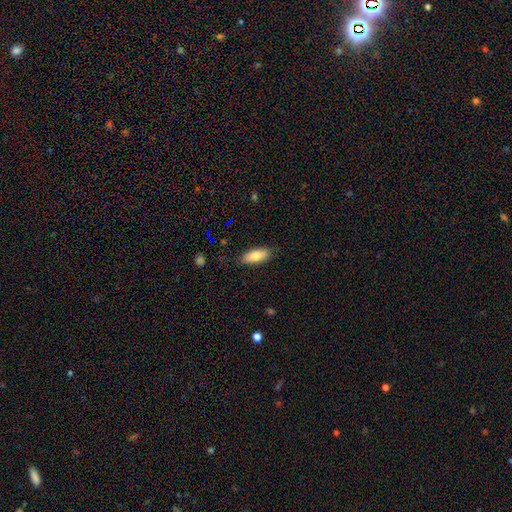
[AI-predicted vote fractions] A smooth galaxy with no disk features (78%) that is in between round and cigar-shaped (77%). Merging: none (84%).